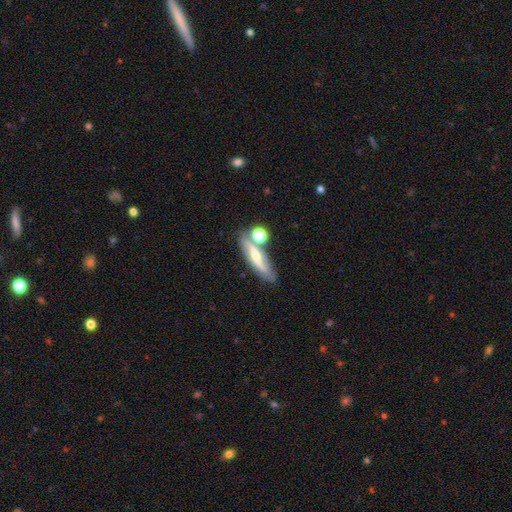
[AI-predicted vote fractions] Morphology: type=featured or disk (59%); edge-on=no (54%); merging=none (63%).